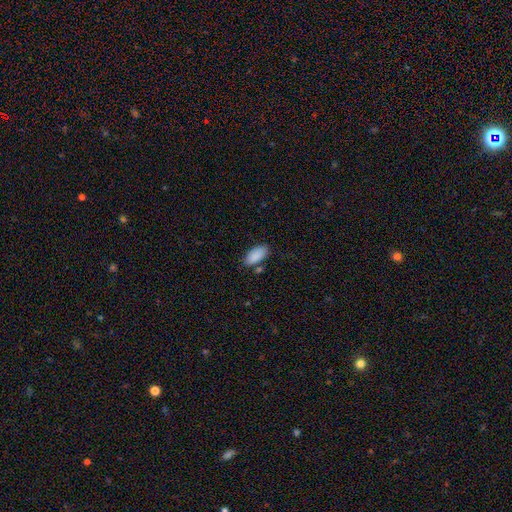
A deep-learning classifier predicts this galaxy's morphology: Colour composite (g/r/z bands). It shows a smooth galaxy with no disk features (90%) that is in between round and cigar-shaped (91%). Merging: none (78%).